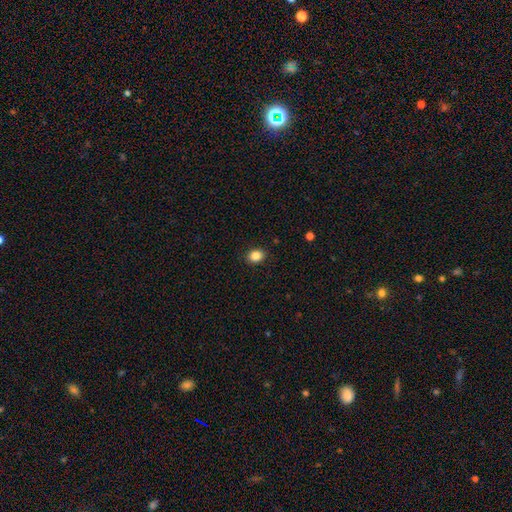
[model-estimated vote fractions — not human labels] Morphology: type=smooth (85%); roundness=in between (57%); merging=none (90%).